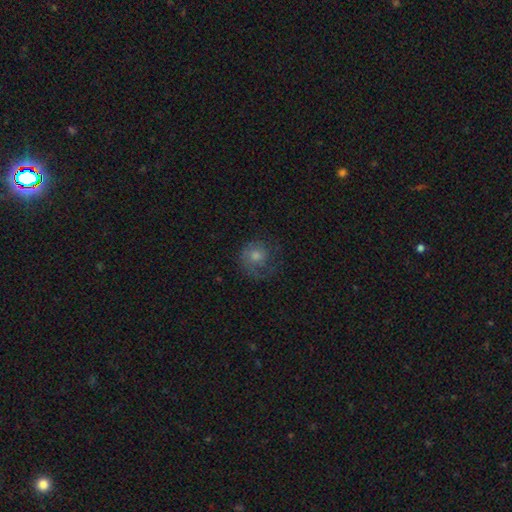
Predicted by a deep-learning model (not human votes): Smooth or featured? smooth (46%)
Merging? none (61%)